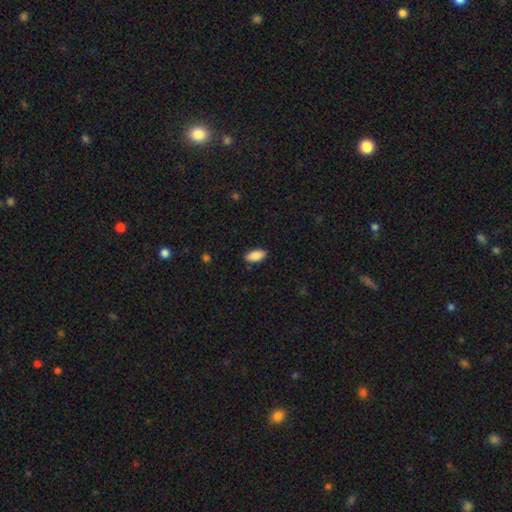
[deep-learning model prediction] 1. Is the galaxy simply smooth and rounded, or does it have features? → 89% smooth, 7% star or artifact, 5% featured or disk.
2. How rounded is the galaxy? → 90% in between, 8% cigar-shaped, 2% round.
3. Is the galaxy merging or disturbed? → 88% none, 9% minor disturbance, 2% major disturbance, 1% merger.